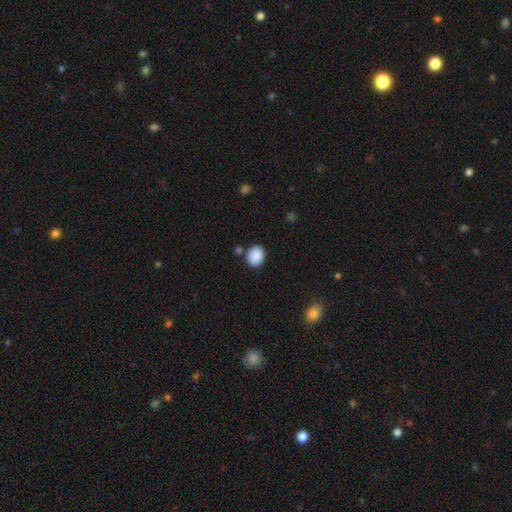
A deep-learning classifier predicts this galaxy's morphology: Smooth or featured: smooth — 89% (star or artifact — 8%)
How rounded: round — 54% (in between — 45%)
Merging: none — 80% (minor disturbance — 11%)